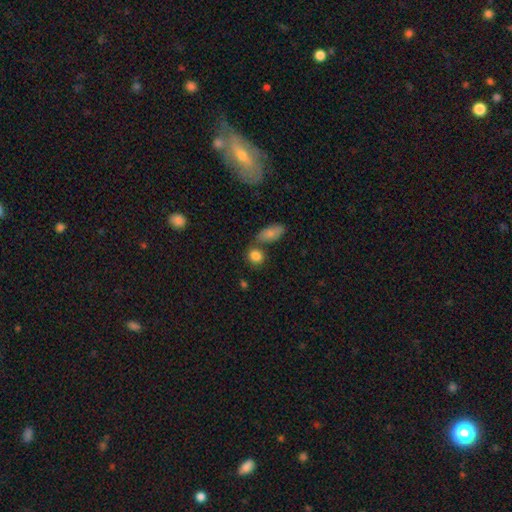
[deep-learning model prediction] This appears to be a smooth galaxy with no disk features (84%) that is round (59%). Merging: none (59%).